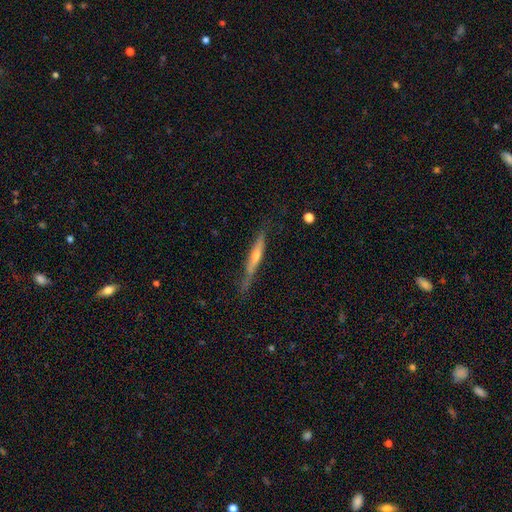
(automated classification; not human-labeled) Smooth or featured?
  - featured or disk: 62% *
  - smooth: 31%
  - star or artifact: 6%
Edge-on disk?
  - yes: 94% *
  - no: 6%
Edge-on bulge?
  - rounded: 66% *
  - none: 26%
  - boxy: 9%
Merging?
  - none: 70% *
  - minor disturbance: 22%
  - major disturbance: 5%
  - merger: 2%